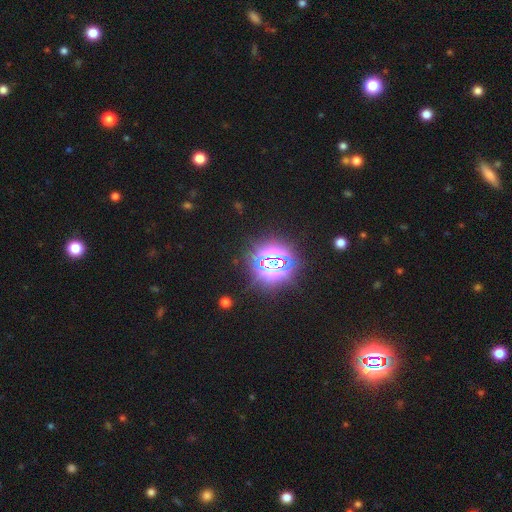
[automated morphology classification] This is likely a star or artifact rather than a galaxy (79%).